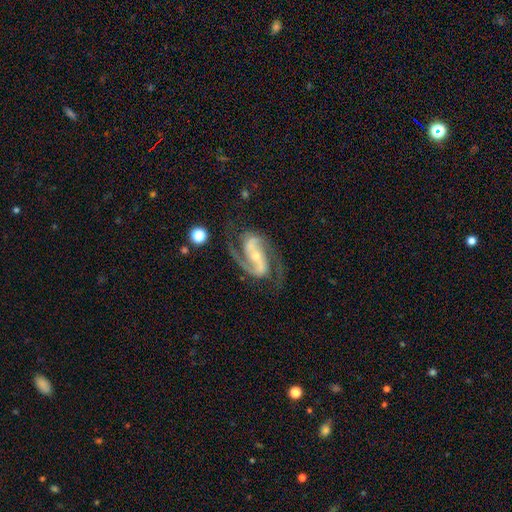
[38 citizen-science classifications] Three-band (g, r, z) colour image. It shows a featured or disk galaxy (95%) with a strong bar (71%), 2 (100%) medium (60%) spiral arms (100%) and a small central bulge (60%). Merging: none (73%).